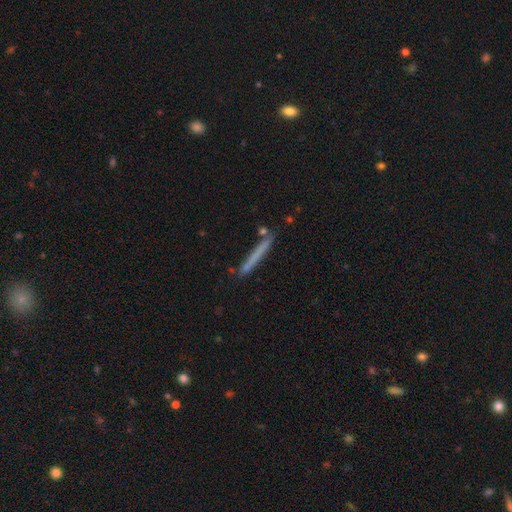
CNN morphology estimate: Smooth or featured: smooth — 62% (featured or disk — 31%)
How rounded: cigar-shaped — 96% (in between — 2%)
Merging: none — 81% (minor disturbance — 12%)